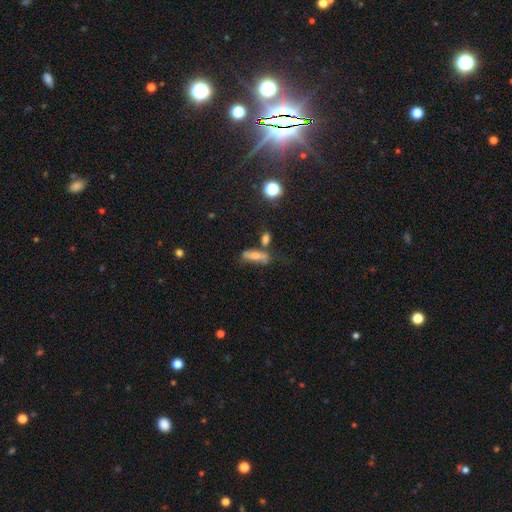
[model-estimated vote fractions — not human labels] Q: Smooth or featured?
A: smooth (63%); runner-up: featured or disk (25%)
Q: How rounded?
A: in between (52%); runner-up: cigar-shaped (43%)
Q: Merging?
A: none (44%); runner-up: minor disturbance (23%)